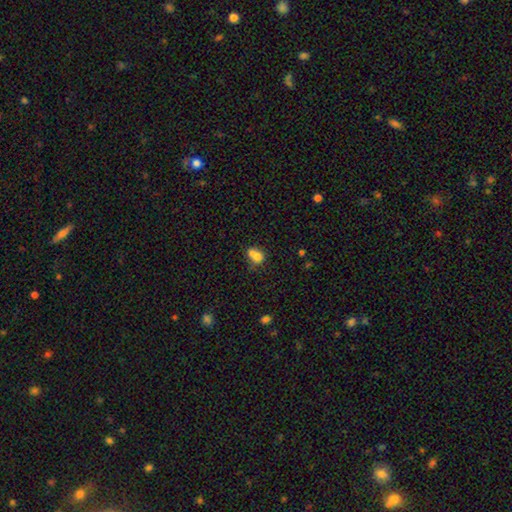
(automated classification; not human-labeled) Smooth or featured: smooth — 72% (featured or disk — 16%)
How rounded: in between — 50% (round — 48%)
Merging: merger — 59% (none — 25%)